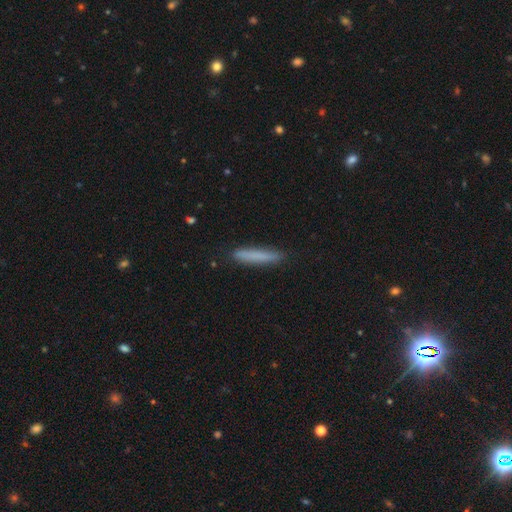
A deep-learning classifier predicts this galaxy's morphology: Smooth or featured? Predicted: smooth (p=0.79). How rounded? Predicted: cigar-shaped (p=0.94). Merging? Predicted: none (p=0.89).